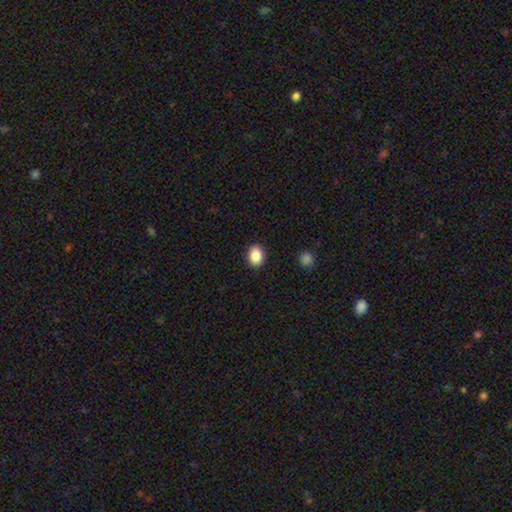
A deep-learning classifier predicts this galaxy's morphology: This appears to be a smooth galaxy with no disk features (87%) that is in between round and cigar-shaped (60%). Merging: none (90%).